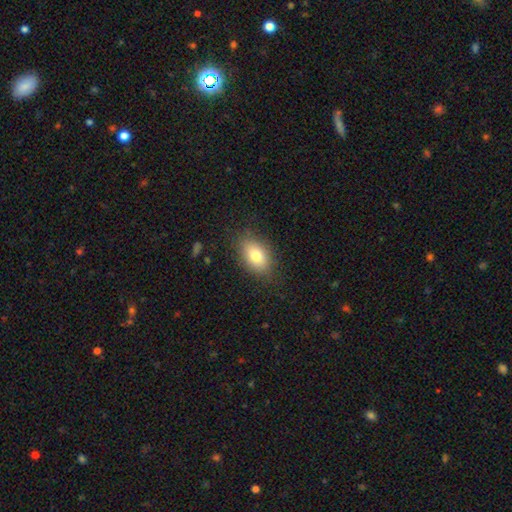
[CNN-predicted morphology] Smooth or featured: smooth — 79% (featured or disk — 13%)
How rounded: in between — 87% (round — 11%)
Merging: none — 82% (minor disturbance — 13%)